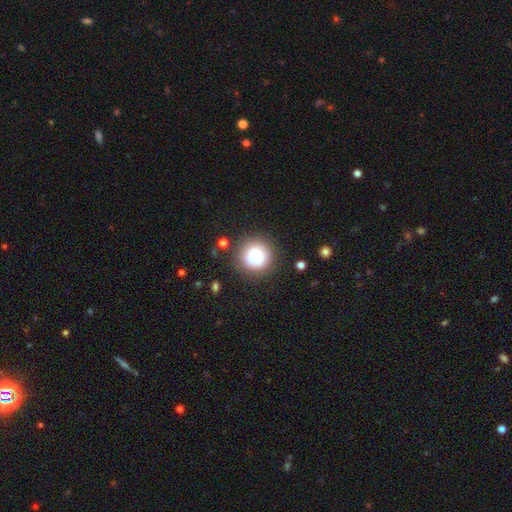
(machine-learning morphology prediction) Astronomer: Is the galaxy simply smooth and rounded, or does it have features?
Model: smooth — 73%.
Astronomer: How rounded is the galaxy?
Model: round — 94%.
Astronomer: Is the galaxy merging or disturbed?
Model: none — 79%.